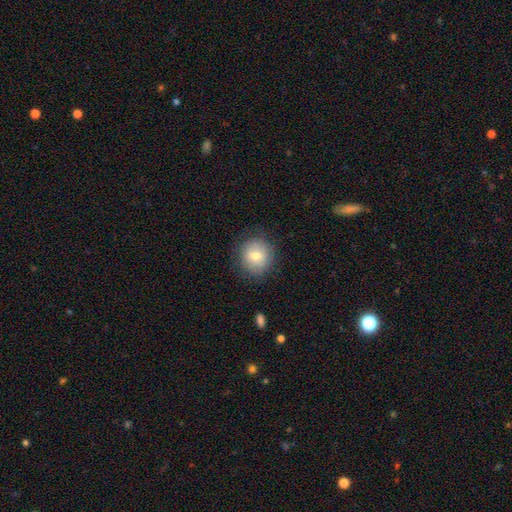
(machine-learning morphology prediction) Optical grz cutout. It shows a smooth galaxy with no disk features (76%) that is round (86%). Merging: none (82%).